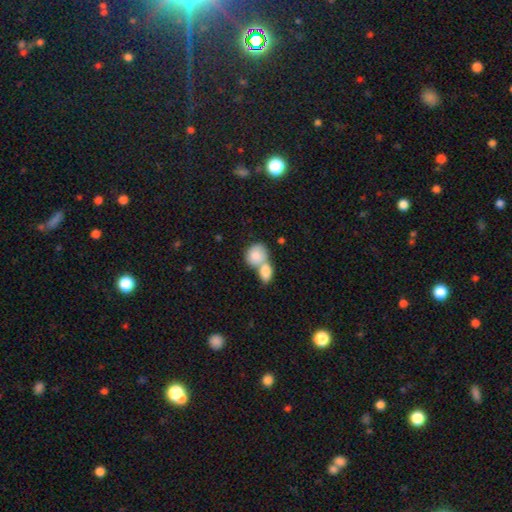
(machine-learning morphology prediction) Q: Smooth or featured?
A: smooth (83%); runner-up: featured or disk (11%)
Q: How rounded?
A: round (50%); runner-up: in between (48%)
Q: Merging?
A: merger (71%); runner-up: none (20%)